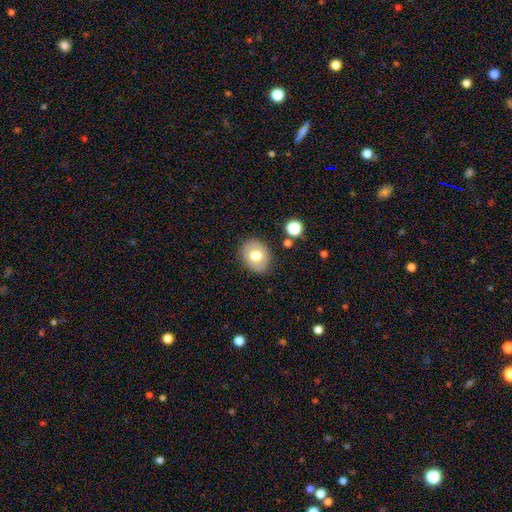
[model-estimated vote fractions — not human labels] smooth_or_featured: smooth (p=0.68) [alt: featured or disk p=0.23]
how_rounded: round (p=0.55) [alt: in between p=0.44]
merging: none (p=0.85) [alt: minor disturbance p=0.10]